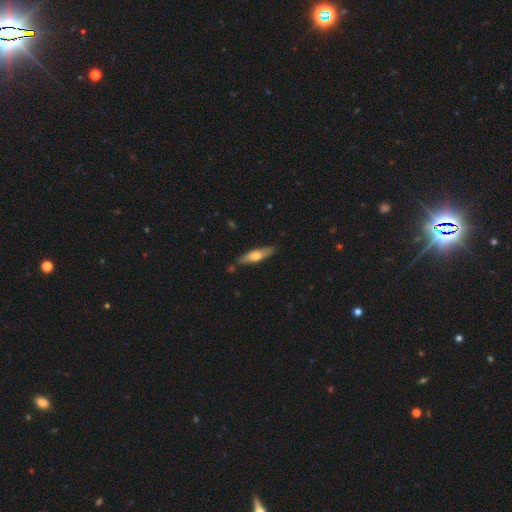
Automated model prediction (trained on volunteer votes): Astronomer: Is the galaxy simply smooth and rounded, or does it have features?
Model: smooth — 56% (runner-up: featured or disk, 38%).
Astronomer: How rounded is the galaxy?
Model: cigar-shaped — 61% (runner-up: in between, 36%).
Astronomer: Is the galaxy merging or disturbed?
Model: none — 83%.